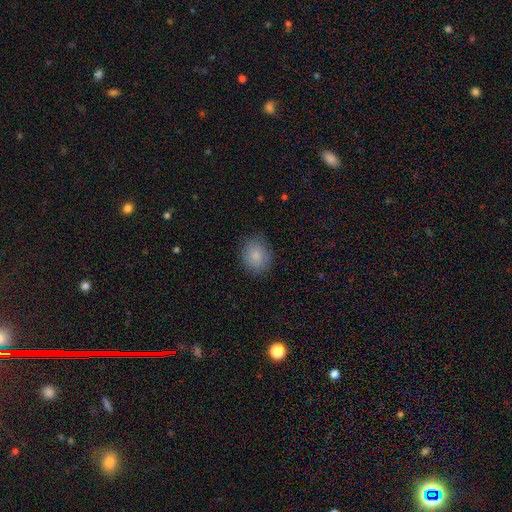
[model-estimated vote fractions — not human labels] A smooth galaxy with no disk features (83%) that is round (55%).

Vote fractions:
- Smooth or featured? smooth: 83% / featured or disk: 10% / star or artifact: 7%
- How rounded? round: 55% / in between: 44% / cigar-shaped: 1%
- Merging? none: 81% / minor disturbance: 14% / major disturbance: 4% / merger: 1%